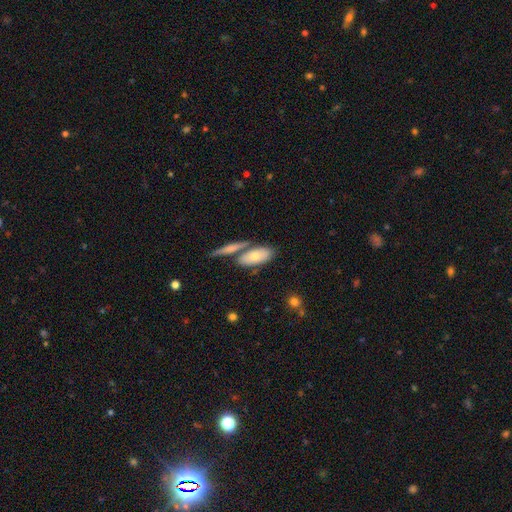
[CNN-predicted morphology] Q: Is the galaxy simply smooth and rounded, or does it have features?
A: smooth — 67%.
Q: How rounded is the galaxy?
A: in between — 85%.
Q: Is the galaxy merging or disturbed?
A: none — 54%.